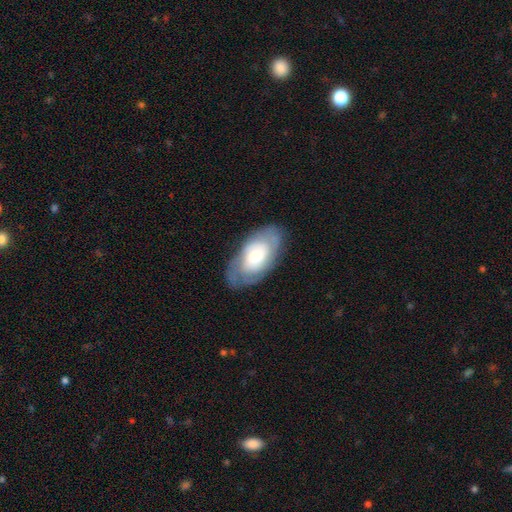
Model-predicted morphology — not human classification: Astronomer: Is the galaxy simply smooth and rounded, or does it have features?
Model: featured or disk — 57% (runner-up: smooth, 37%).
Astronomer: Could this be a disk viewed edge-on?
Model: no — 92%.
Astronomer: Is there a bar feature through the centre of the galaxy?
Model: no — 74%.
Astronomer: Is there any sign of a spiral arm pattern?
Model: yes — 76%.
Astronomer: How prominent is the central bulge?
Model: moderate — 50% (runner-up: small, 31%).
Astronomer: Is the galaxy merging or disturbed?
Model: none — 74%.